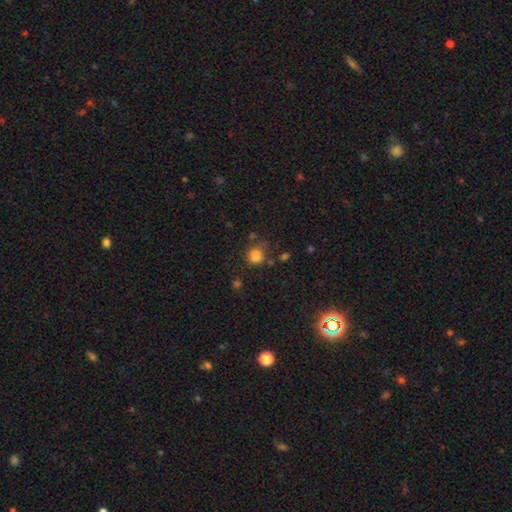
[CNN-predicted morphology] The model was most divided on "merging": none: 63%, minor disturbance: 19%, merger: 9%, major disturbance: 9%. More confident: smooth or featured — smooth (80%); how rounded — round (78%).